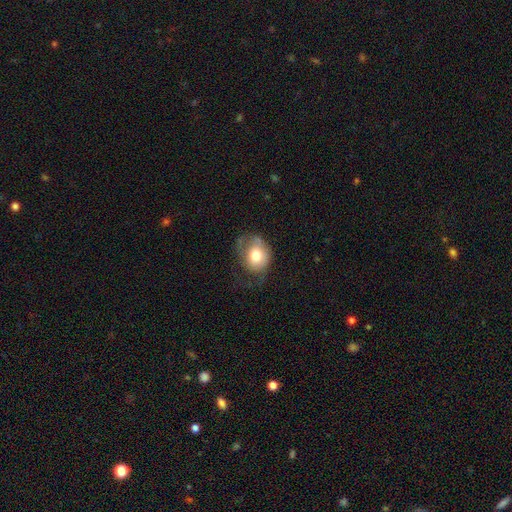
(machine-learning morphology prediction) Smooth or featured: smooth — 67% (featured or disk — 25%)
How rounded: round — 50% (in between — 49%)
Merging: none — 37% (minor disturbance — 31%)